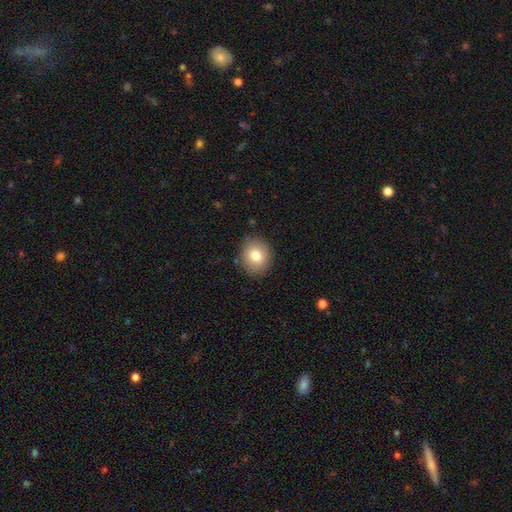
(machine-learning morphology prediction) This is likely a smooth galaxy (79%). How rounded: likely round (69%). Merging: clearly none (86%).